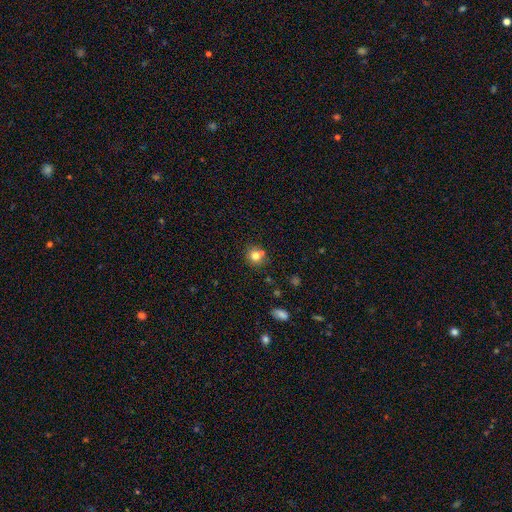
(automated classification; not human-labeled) Q: Smooth or featured?
A: smooth (76%); runner-up: star or artifact (13%)
Q: How rounded?
A: round (87%); runner-up: in between (12%)
Q: Merging?
A: none (67%); runner-up: merger (19%)